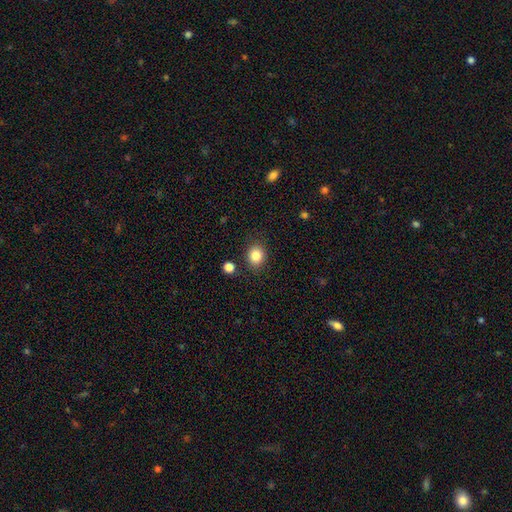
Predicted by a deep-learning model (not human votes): smooth-or-featured: smooth: 85% | star or artifact: 10% | featured or disk: 5%
  how-rounded: round: 65% | in between: 35% | cigar-shaped: 1%
  merging: none: 84% | minor disturbance: 10% | merger: 3% | major disturbance: 3%